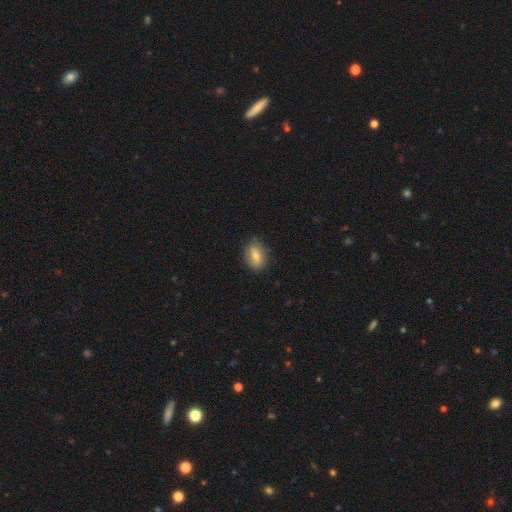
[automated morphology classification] Overall: smooth (74%). How rounded: in between (74%). Merging: none (82%).